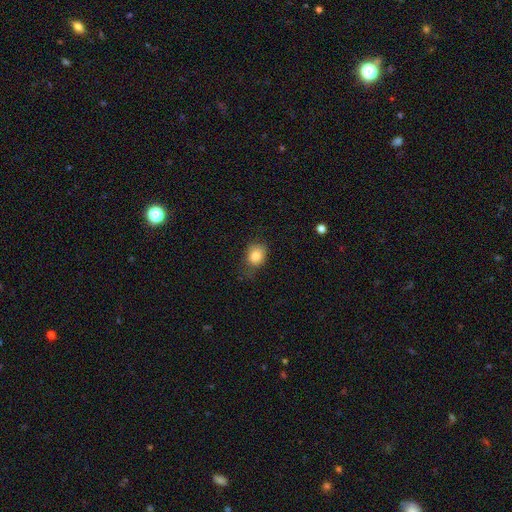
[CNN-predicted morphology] type=smooth (82%); roundness=round (50%); merging=none (59%).